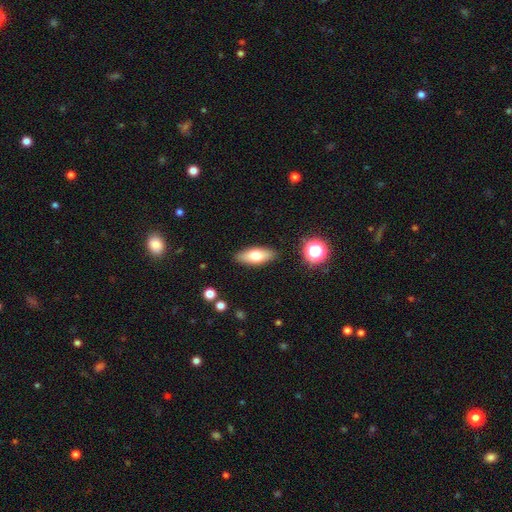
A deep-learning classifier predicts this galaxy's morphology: This appears to be a smooth galaxy with no disk features (68%) that is in between round and cigar-shaped (72%). Merging: none (87%).